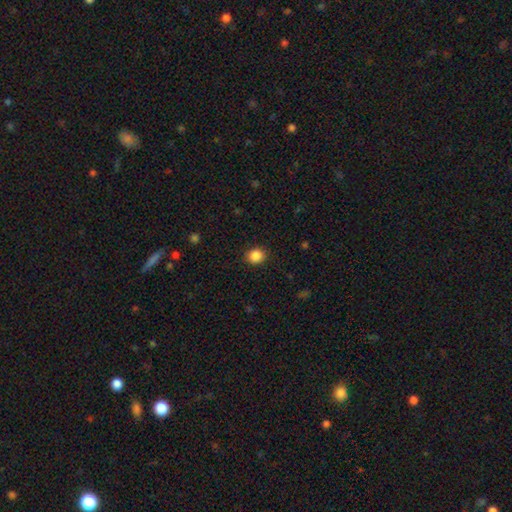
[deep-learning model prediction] This appears to be a smooth galaxy with no disk features (88%) that is round (76%). Merging: none (88%).